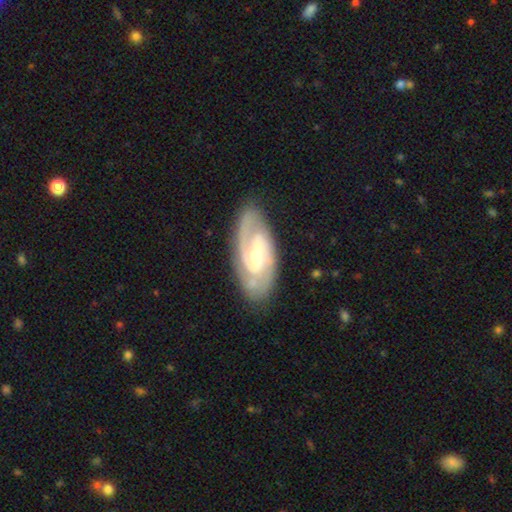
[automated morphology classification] This appears to be a featured or disk galaxy (86%) with a weak bar (44%), 2 (69%) tight (50%) spiral arms (96%) and a small central bulge (55%). Merging: none (81%).